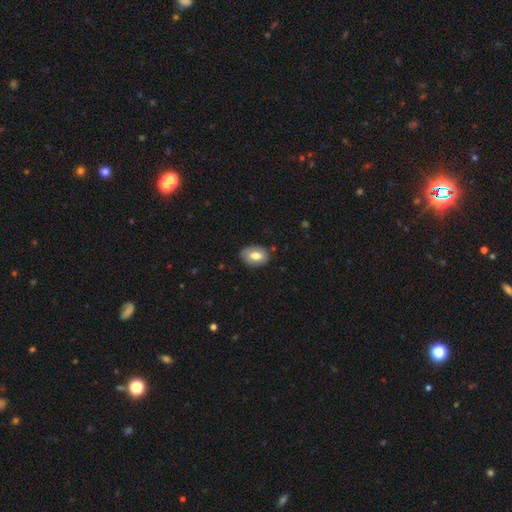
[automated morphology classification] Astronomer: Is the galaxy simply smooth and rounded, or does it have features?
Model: smooth — 71%.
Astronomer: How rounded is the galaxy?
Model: in between — 79%.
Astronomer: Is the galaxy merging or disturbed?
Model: none — 82%.